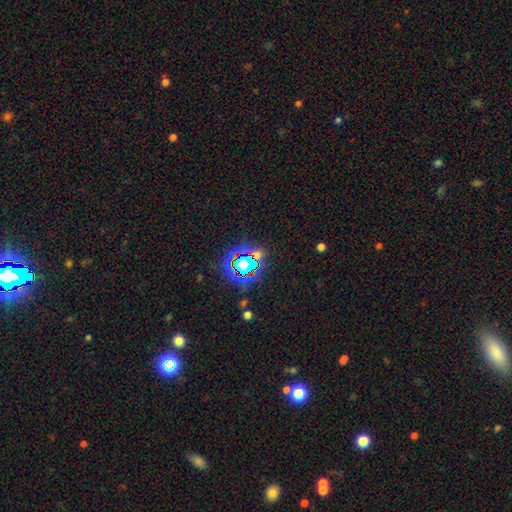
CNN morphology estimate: Smooth or featured?
  - star or artifact: 71% *
  - smooth: 18%
  - featured or disk: 11%